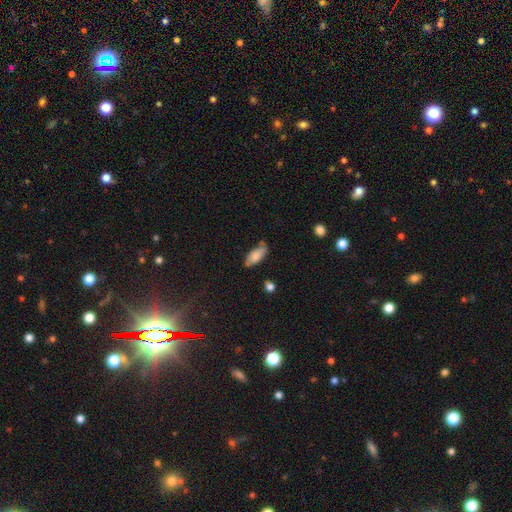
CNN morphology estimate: This is likely a smooth galaxy (76%). How rounded: clearly in between (82%). Merging: likely none (65%).